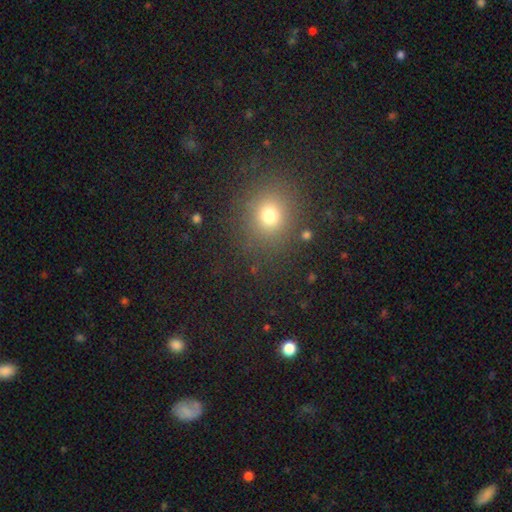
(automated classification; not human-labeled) This appears to be a smooth galaxy with no disk features (64%) that is round (79%). Merging: none (90%).